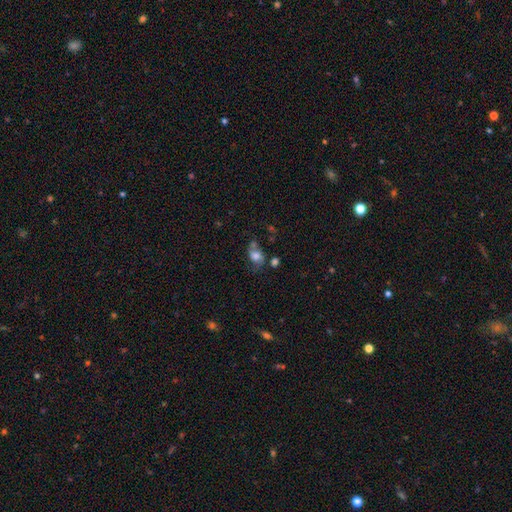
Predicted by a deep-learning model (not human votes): smooth-or-featured: smooth: 59% | featured or disk: 29% | star or artifact: 12%
  how-rounded: in between: 63% | round: 35% | cigar-shaped: 2%
  merging: none: 42% | minor disturbance: 25% | merger: 17% | major disturbance: 15%